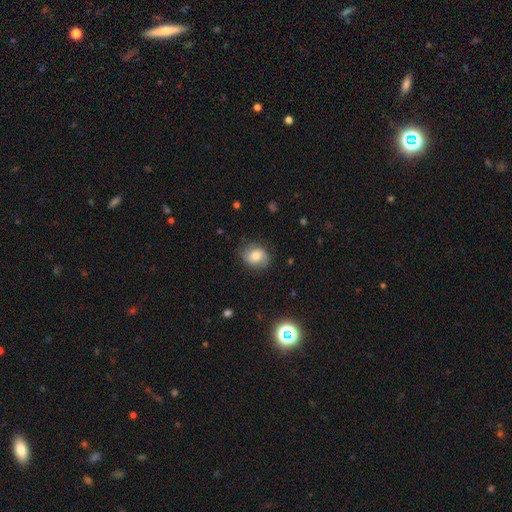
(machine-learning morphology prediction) smooth-or-featured: smooth: 60% | featured or disk: 30% | star or artifact: 10%
  how-rounded: round: 59% | in between: 40% | cigar-shaped: 1%
  merging: none: 75% | minor disturbance: 18% | major disturbance: 6% | merger: 1%